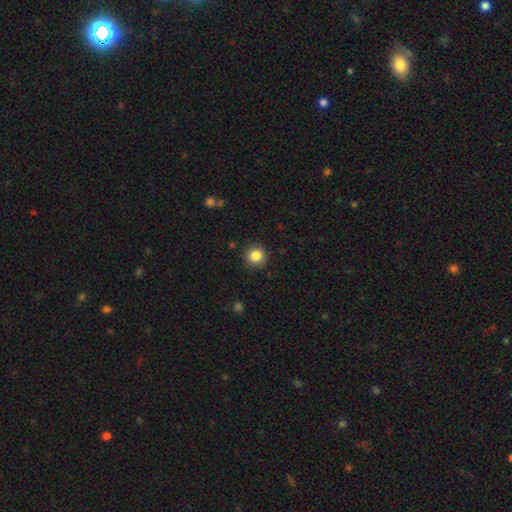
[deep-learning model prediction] This is clearly a smooth galaxy (85%). How rounded: clearly round (93%). Merging: clearly none (90%).